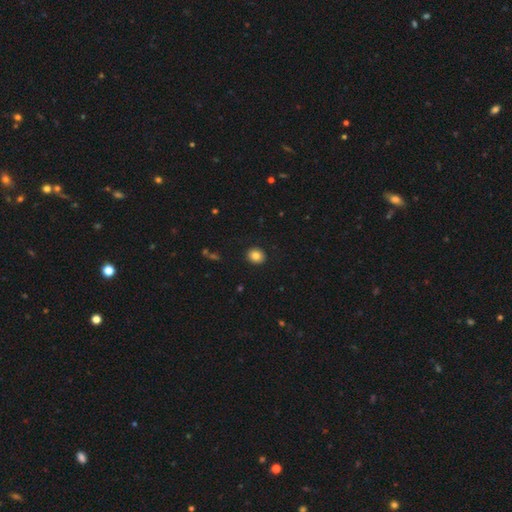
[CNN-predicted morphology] type=smooth (84%); roundness=round (73%); merging=none (91%).